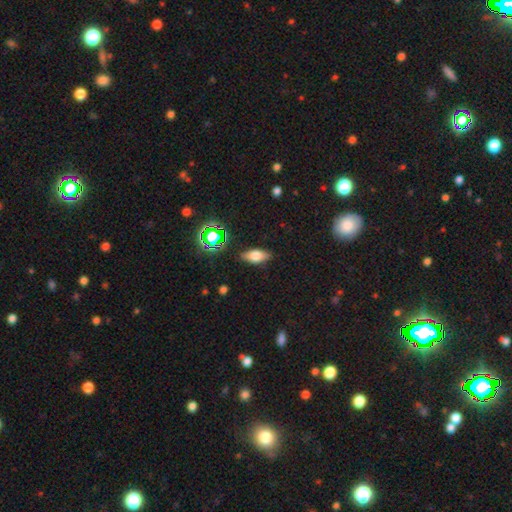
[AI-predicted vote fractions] Smooth or featured: smooth — 65% (featured or disk — 21%)
How rounded: in between — 81% (cigar-shaped — 12%)
Merging: none — 84% (minor disturbance — 11%)